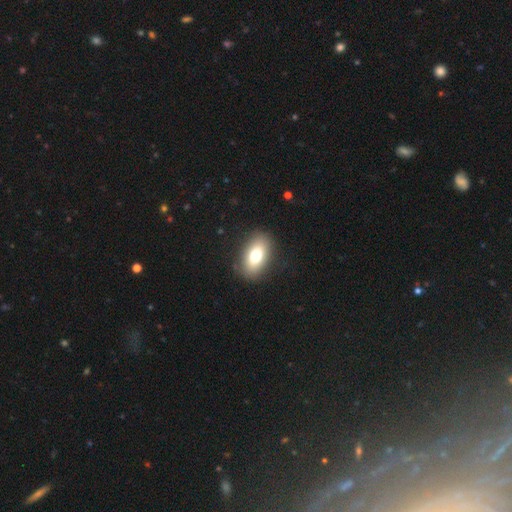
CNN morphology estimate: Smooth or featured? Predicted: smooth (p=0.74). How rounded? Predicted: in between (p=0.88). Merging? Predicted: none (p=0.86).